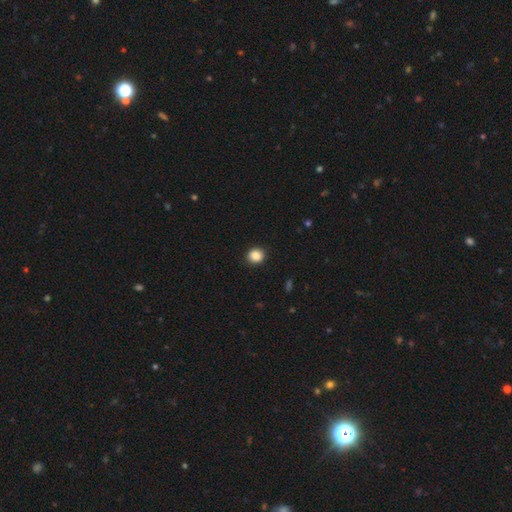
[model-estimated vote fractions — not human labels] smooth_or_featured: smooth (p=0.87) [alt: star or artifact p=0.10]
how_rounded: round (p=0.89) [alt: in between p=0.10]
merging: none (p=0.92) [alt: minor disturbance p=0.05]